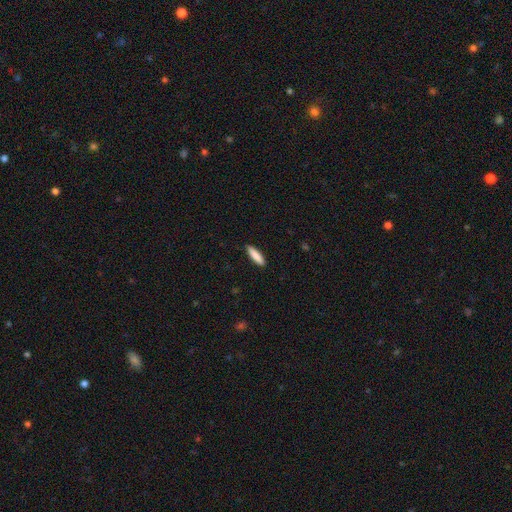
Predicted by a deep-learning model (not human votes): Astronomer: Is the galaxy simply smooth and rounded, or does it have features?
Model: smooth — 86%.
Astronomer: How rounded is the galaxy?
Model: cigar-shaped — 72%.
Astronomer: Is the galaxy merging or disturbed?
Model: none — 90%.